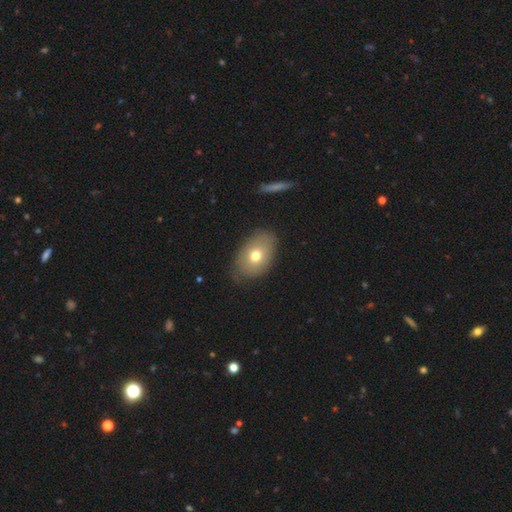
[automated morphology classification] The model was most divided on "smooth or featured": smooth: 70%, featured or disk: 22%, star or artifact: 8%. More confident: how rounded — in between (84%); merging — none (77%).